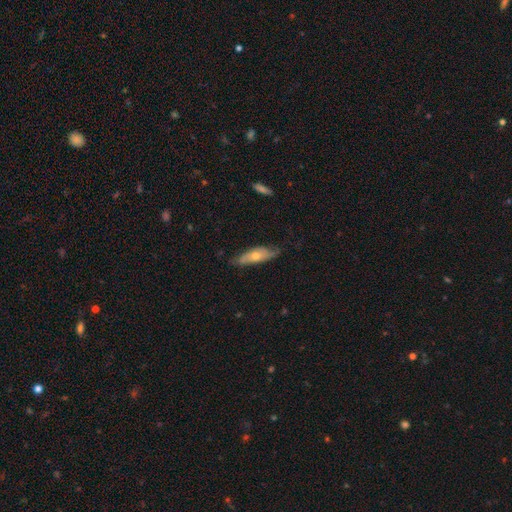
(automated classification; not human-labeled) smooth_or_featured: featured or disk (p=0.52) [alt: smooth p=0.41]
disk_edge_on: no (p=0.57) [alt: yes p=0.43]
merging: none (p=0.72) [alt: minor disturbance p=0.22]